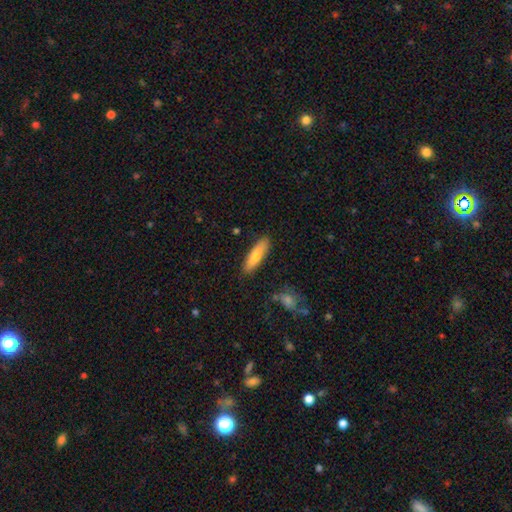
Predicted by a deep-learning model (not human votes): smooth-or-featured: smooth: 73% | featured or disk: 21% | star or artifact: 6%
  how-rounded: cigar-shaped: 66% | in between: 32% | round: 2%
  merging: none: 86% | minor disturbance: 10% | major disturbance: 2% | merger: 2%